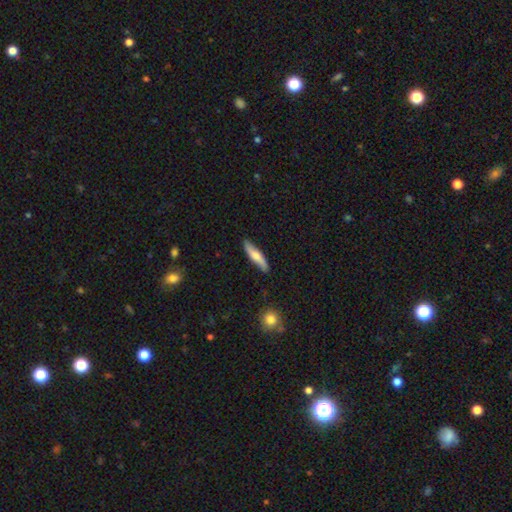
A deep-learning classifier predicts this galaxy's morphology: Q: Smooth or featured?
A: smooth (62%); runner-up: featured or disk (33%)
Q: How rounded?
A: cigar-shaped (79%); runner-up: in between (19%)
Q: Merging?
A: none (85%); runner-up: minor disturbance (12%)